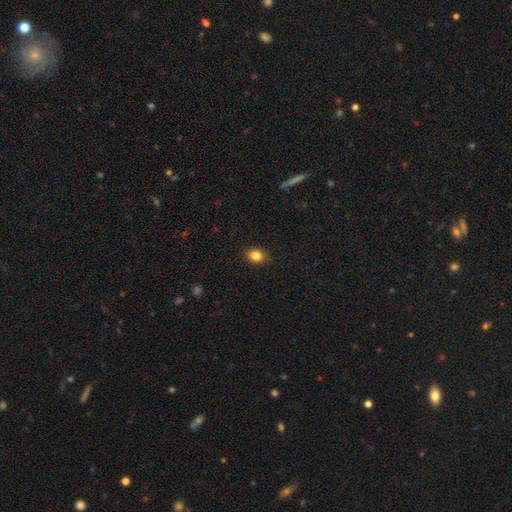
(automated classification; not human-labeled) This appears to be a smooth galaxy with no disk features (84%) that is in between round and cigar-shaped (68%). Merging: none (86%).